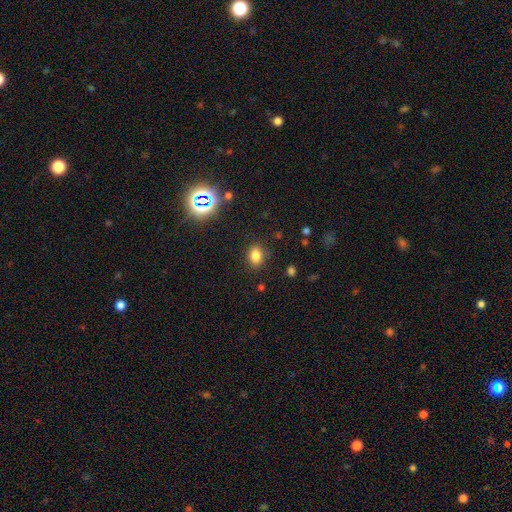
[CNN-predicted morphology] A smooth galaxy with no disk features (79%) that is in between round and cigar-shaped (65%).

Vote fractions:
- Smooth or featured? smooth: 79% / star or artifact: 15% / featured or disk: 6%
- How rounded? in between: 65% / round: 33% / cigar-shaped: 1%
- Merging? none: 85% / minor disturbance: 10% / major disturbance: 3% / merger: 2%